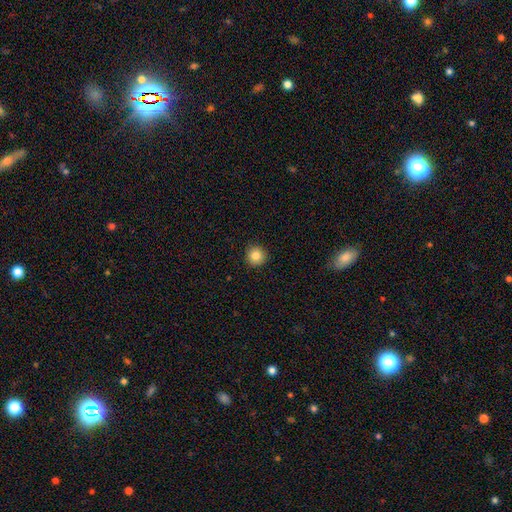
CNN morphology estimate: Smooth or featured? Predicted: smooth (p=0.83). How rounded? Predicted: round (p=0.95). Merging? Predicted: none (p=0.92).